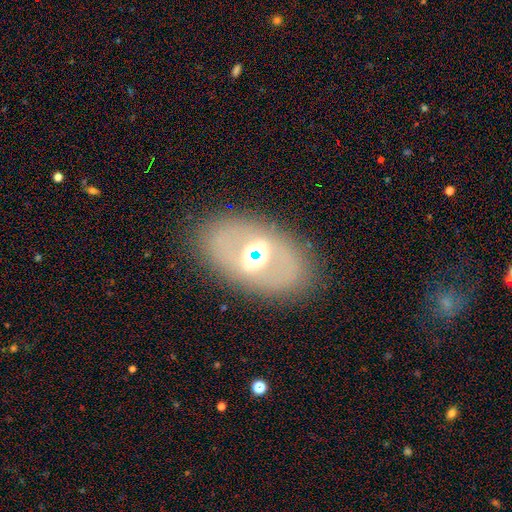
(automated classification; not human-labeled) smooth_or_featured: featured or disk (p=0.54) [alt: smooth p=0.30]
disk_edge_on: no (p=0.79) [alt: yes p=0.21]
merging: none (p=0.80) [alt: minor disturbance p=0.11]